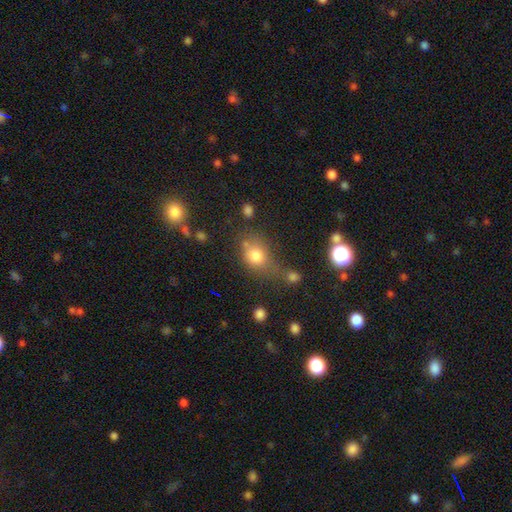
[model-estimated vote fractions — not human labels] smooth_or_featured: smooth (p=0.75) [alt: star or artifact p=0.14]
how_rounded: in between (p=0.51) [alt: round p=0.47]
merging: none (p=0.47) [alt: minor disturbance p=0.21]